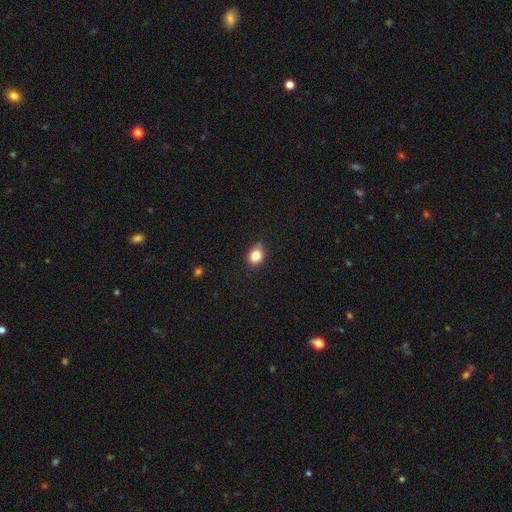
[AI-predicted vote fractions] Smooth or featured? Predicted: smooth (p=0.84). How rounded? Predicted: round (p=0.57). Merging? Predicted: none (p=0.74).